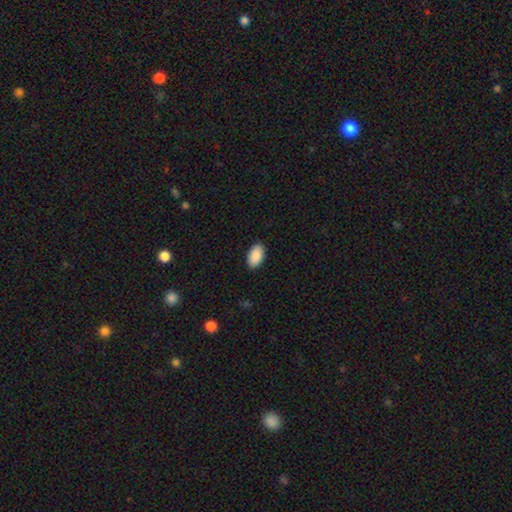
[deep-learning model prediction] Overall: smooth (91%). How rounded: in between (95%). Merging: none (89%).